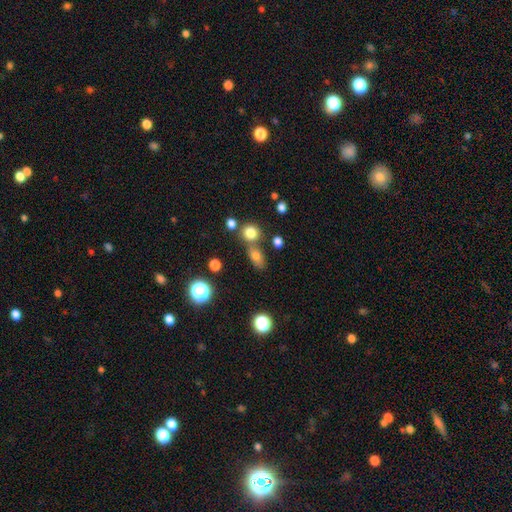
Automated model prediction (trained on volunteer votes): Smooth or featured: smooth — 73% (star or artifact — 16%)
How rounded: in between — 65% (round — 29%)
Merging: none — 58% (merger — 25%)